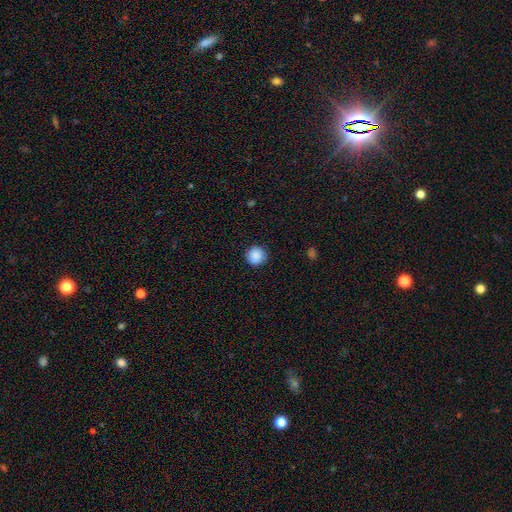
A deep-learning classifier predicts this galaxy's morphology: Q: Smooth or featured?
A: smooth (88%); runner-up: star or artifact (9%)
Q: How rounded?
A: round (95%); runner-up: in between (4%)
Q: Merging?
A: none (89%); runner-up: minor disturbance (8%)